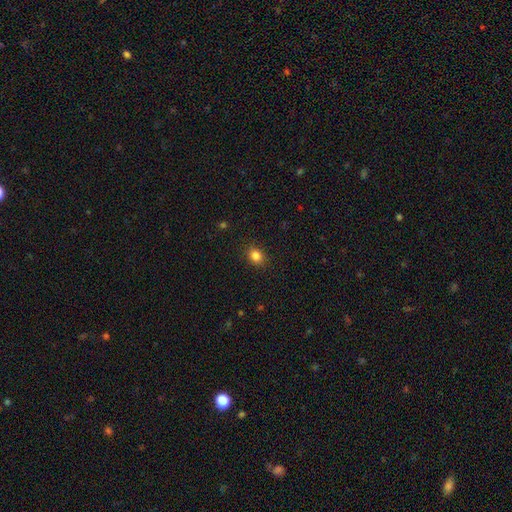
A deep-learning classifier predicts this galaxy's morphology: smooth_or_featured: smooth (p=0.84) [alt: star or artifact p=0.12]
how_rounded: round (p=0.59) [alt: in between p=0.40]
merging: none (p=0.89) [alt: minor disturbance p=0.08]